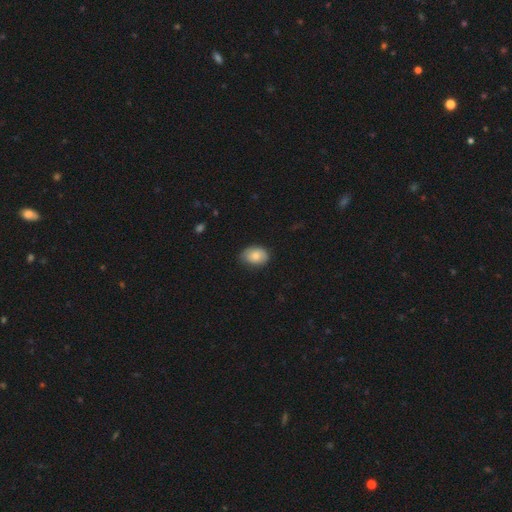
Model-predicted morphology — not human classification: smooth_or_featured: smooth (p=0.77) [alt: featured or disk p=0.16]
how_rounded: in between (p=0.75) [alt: round p=0.24]
merging: none (p=0.68) [alt: minor disturbance p=0.26]